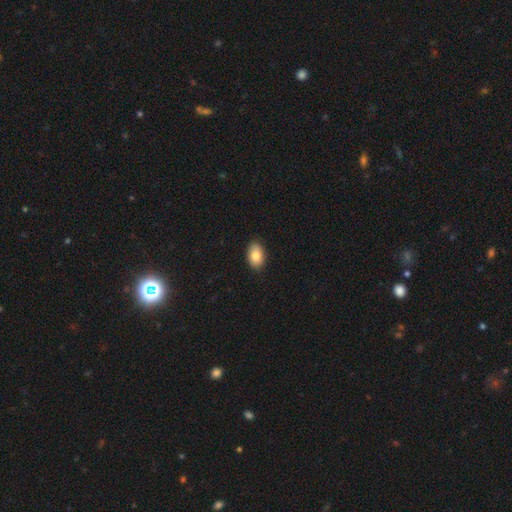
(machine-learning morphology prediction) The model was most divided on "how rounded": in between: 86%, round: 12%, cigar-shaped: 1%. More confident: merging — none (88%); smooth or featured — smooth (84%).